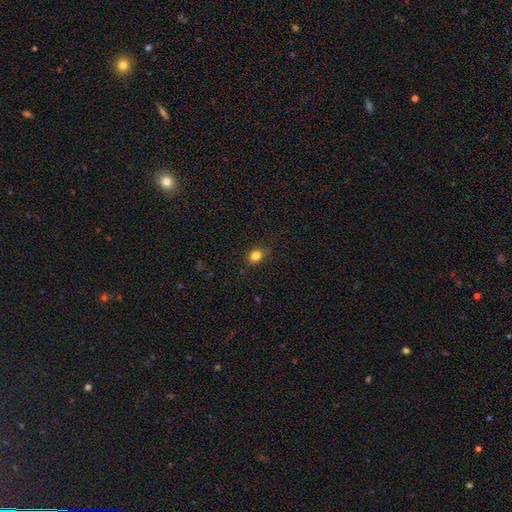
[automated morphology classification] Smooth or featured? smooth (82%)
How rounded? round (55%)
Merging? none (84%)